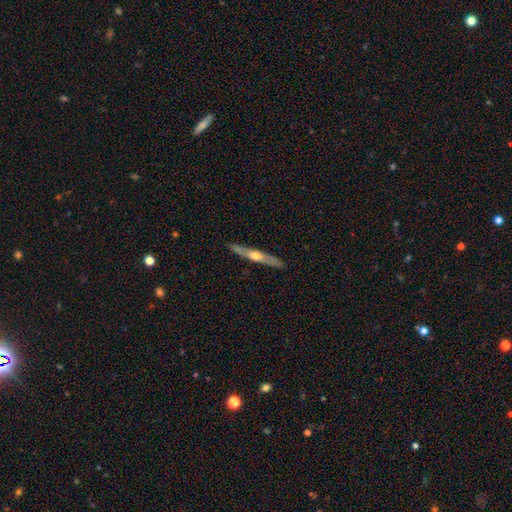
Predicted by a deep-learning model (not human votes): A featured or disk galaxy (61%) viewed edge-on (90%) with a rounded central bulge (82%).

Vote fractions:
- Smooth or featured? featured or disk: 61% / smooth: 33% / star or artifact: 6%
- Edge-on disk? yes: 90% / no: 10%
- Edge-on bulge? rounded: 82% / none: 14% / boxy: 3%
- Merging? none: 87% / minor disturbance: 10% / major disturbance: 2% / merger: 1%